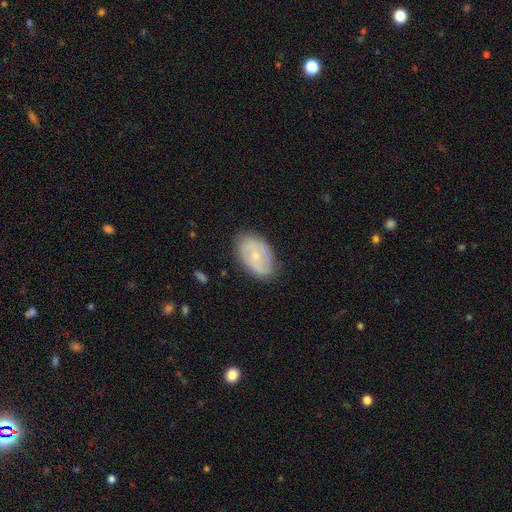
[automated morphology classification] smooth-or-featured: featured or disk: 50% | smooth: 44% | star or artifact: 6%
  merging: none: 77% | minor disturbance: 17% | major disturbance: 4% | merger: 1%